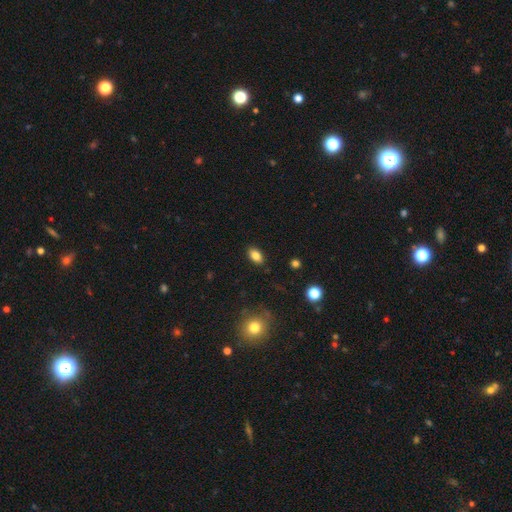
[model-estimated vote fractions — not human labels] A smooth galaxy with no disk features (83%) that is in between round and cigar-shaped (89%). Merging: none (87%).